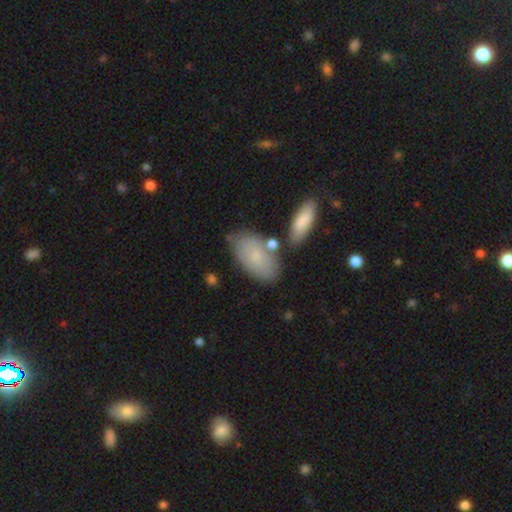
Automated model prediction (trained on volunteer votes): Q: Smooth or featured?
A: smooth (75%); runner-up: featured or disk (19%)
Q: How rounded?
A: in between (93%); runner-up: round (4%)
Q: Merging?
A: none (66%); runner-up: minor disturbance (17%)